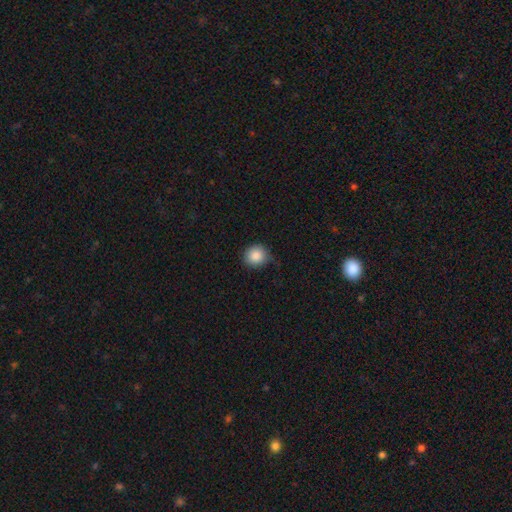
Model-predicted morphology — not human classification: This appears to be a smooth galaxy with no disk features (87%) that is round (91%). Merging: none (71%).